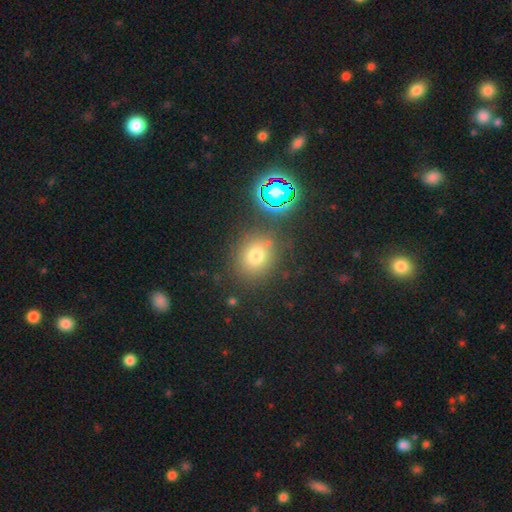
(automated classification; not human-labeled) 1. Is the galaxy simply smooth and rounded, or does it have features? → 67% smooth, 23% star or artifact, 10% featured or disk.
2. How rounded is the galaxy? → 74% round, 25% in between, 1% cigar-shaped.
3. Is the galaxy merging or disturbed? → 80% none, 10% minor disturbance, 6% merger, 4% major disturbance.